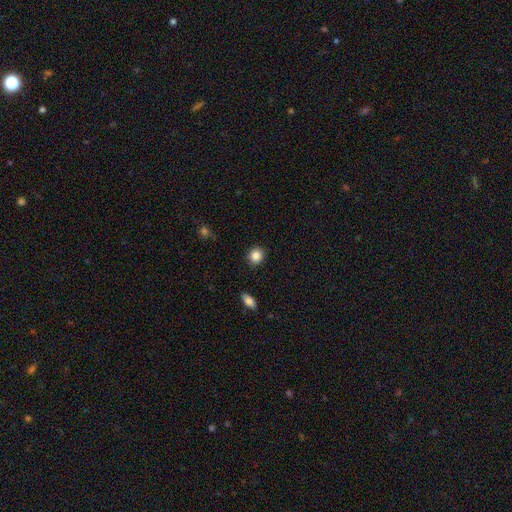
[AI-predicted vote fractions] This is clearly a smooth galaxy (86%). How rounded: clearly round (81%). Merging: clearly none (90%).